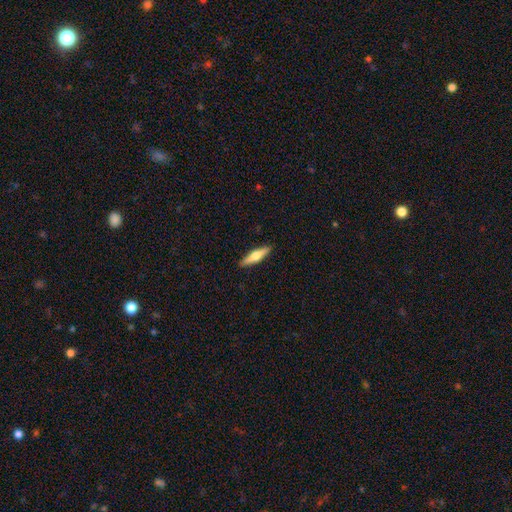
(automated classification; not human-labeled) A smooth galaxy with no disk features (48%). Merging: none (91%).